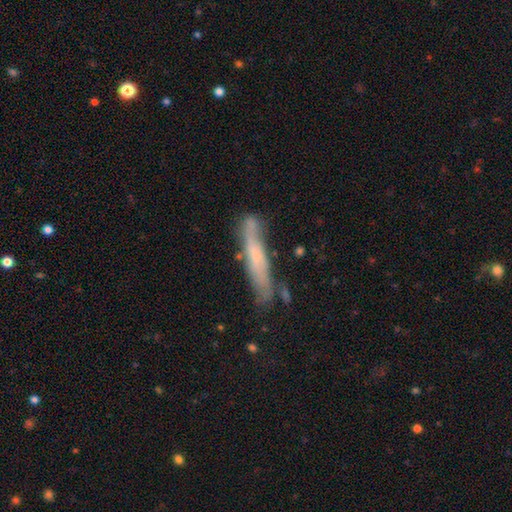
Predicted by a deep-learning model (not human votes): This appears to be a smooth galaxy with no disk features (48%). Merging: none (63%).